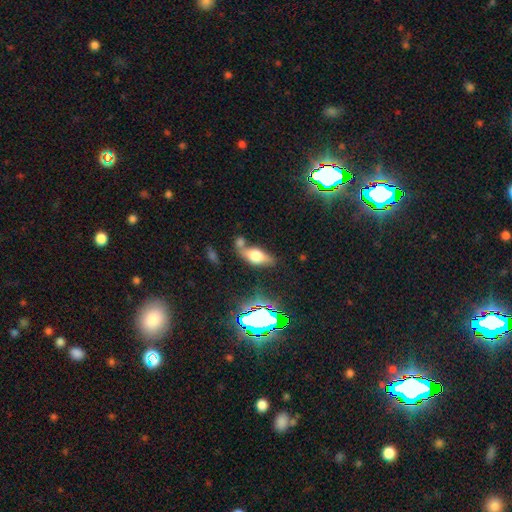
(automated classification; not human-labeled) This is possibly a smooth galaxy (55%). How rounded: likely in between (79%). Merging: marginally none (41%).